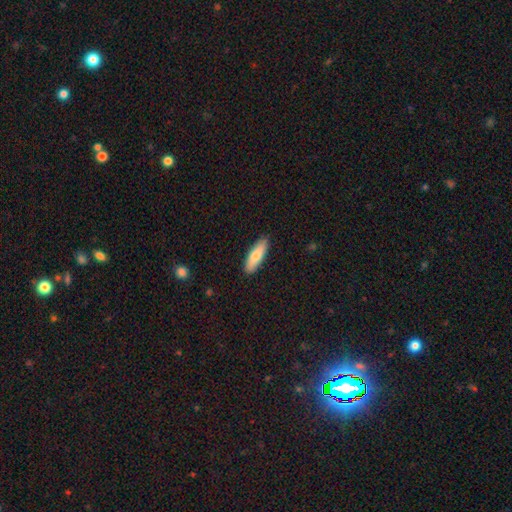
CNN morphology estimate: This is likely a smooth galaxy (75%). How rounded: possibly cigar-shaped (52%). Merging: clearly none (89%).